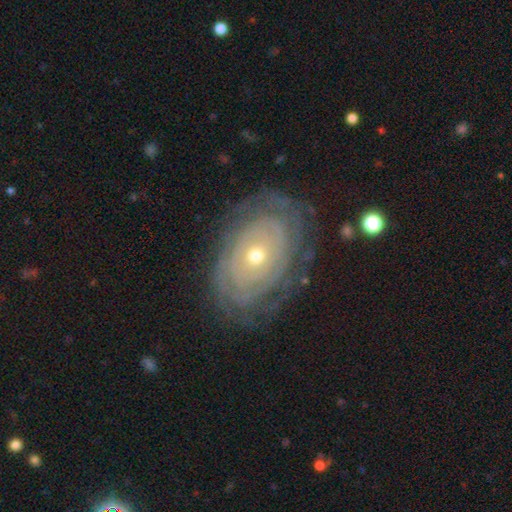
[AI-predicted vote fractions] This appears to be a featured or disk galaxy (80%) with no bar (86%), tight (85%) spiral arms (80%) and a small central bulge (53%). Merging: none (78%).